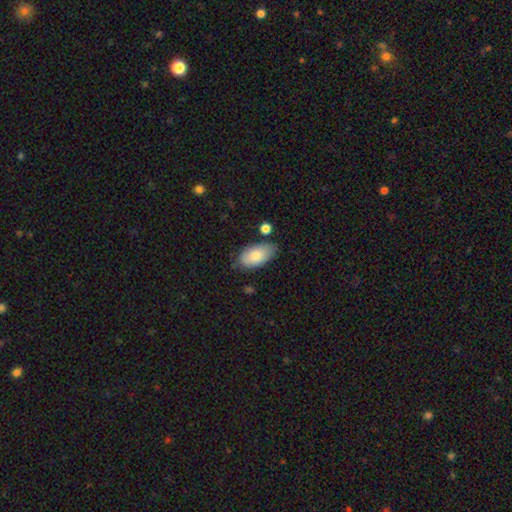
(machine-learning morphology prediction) smooth-or-featured: smooth: 80% | featured or disk: 13% | star or artifact: 6%
  how-rounded: in between: 94% | round: 3% | cigar-shaped: 2%
  merging: none: 71% | minor disturbance: 20% | merger: 5% | major disturbance: 4%